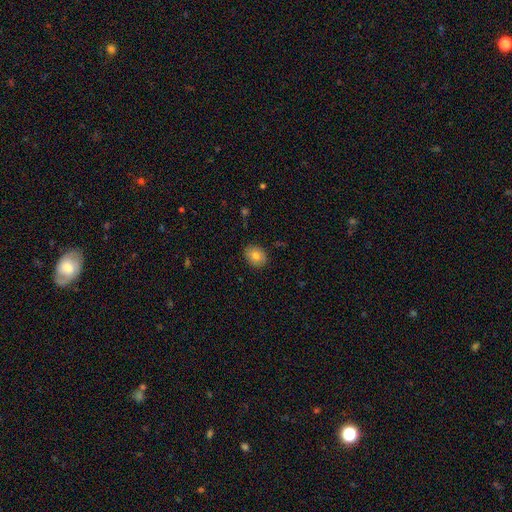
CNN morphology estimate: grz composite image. It shows a smooth galaxy with no disk features (79%) that is in between round and cigar-shaped (51%). Merging: none (87%).